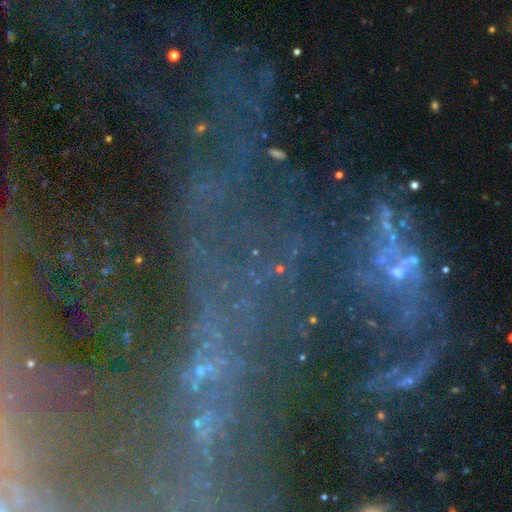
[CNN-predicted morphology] This is likely a star or artifact rather than a galaxy (73%).